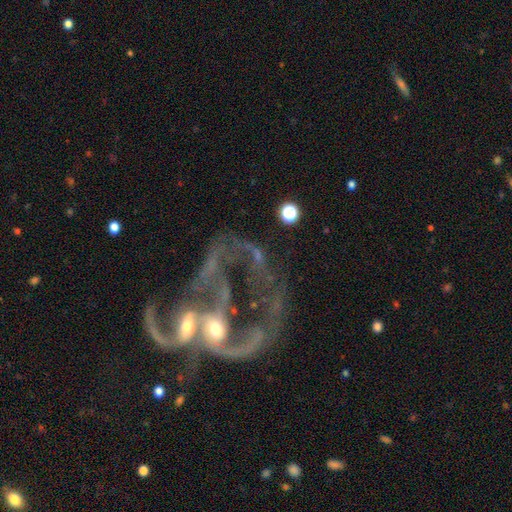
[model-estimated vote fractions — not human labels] Q: Smooth or featured?
A: featured or disk (77%); runner-up: star or artifact (11%)
Q: Edge-on disk?
A: no (97%); runner-up: yes (3%)
Q: Bar?
A: no (59%); runner-up: weak (27%)
Q: Spiral arms?
A: yes (72%); runner-up: no (28%)
Q: Spiral winding?
A: loose (54%); runner-up: medium (33%)
Q: Spiral arm count?
A: 2 (41%); runner-up: can't tell (22%)
Q: Bulge size?
A: moderate (47%); runner-up: small (35%)
Q: Merging?
A: merger (63%); runner-up: major disturbance (21%)